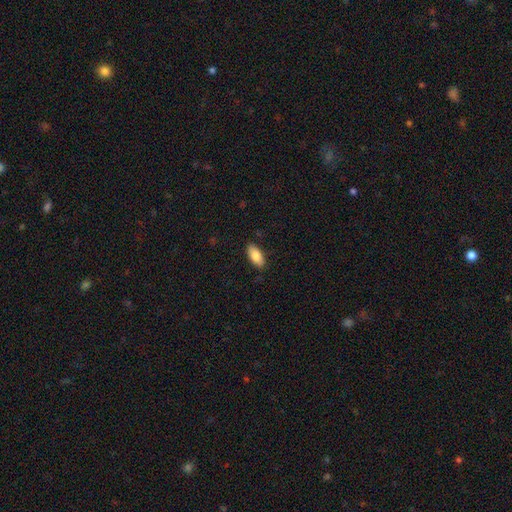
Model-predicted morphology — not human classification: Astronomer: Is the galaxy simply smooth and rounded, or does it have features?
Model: smooth — 83%.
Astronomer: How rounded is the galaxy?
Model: in between — 88%.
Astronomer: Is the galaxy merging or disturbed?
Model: none — 87%.